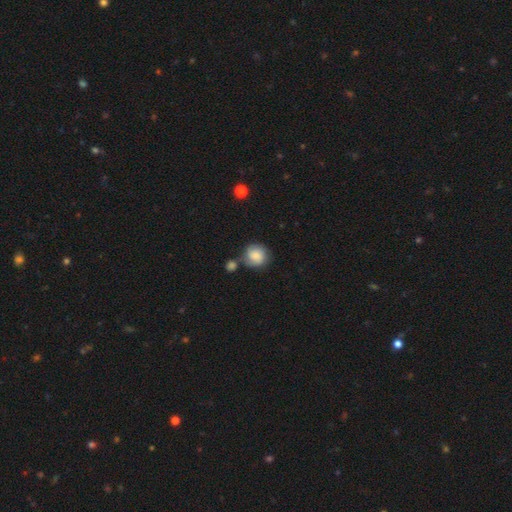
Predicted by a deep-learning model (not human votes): Smooth or featured?
  - smooth: 75% *
  - featured or disk: 17%
  - star or artifact: 8%
How rounded?
  - round: 87% *
  - in between: 12%
  - cigar-shaped: 1%
Merging?
  - none: 59% *
  - merger: 19%
  - minor disturbance: 17%
  - major disturbance: 6%